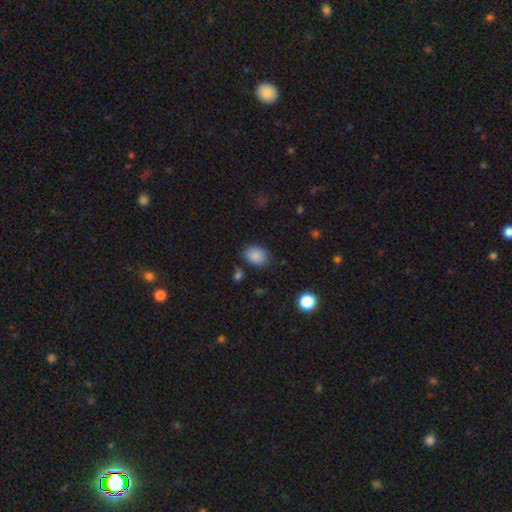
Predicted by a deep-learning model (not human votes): Smooth or featured: smooth — 87% (star or artifact — 9%)
How rounded: in between — 64% (round — 35%)
Merging: none — 79% (minor disturbance — 14%)